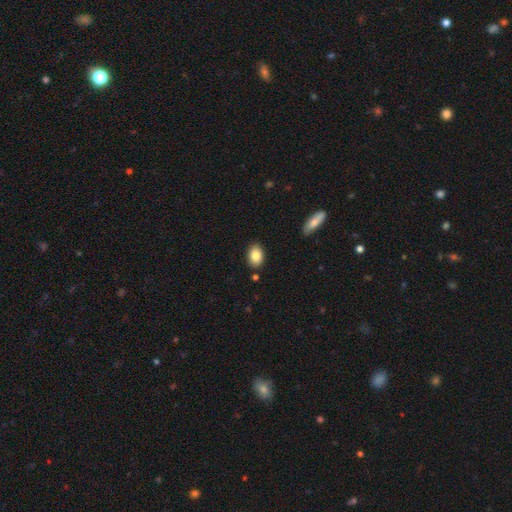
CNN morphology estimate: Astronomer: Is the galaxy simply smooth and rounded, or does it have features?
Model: smooth — 84%.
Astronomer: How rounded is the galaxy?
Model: in between — 84%.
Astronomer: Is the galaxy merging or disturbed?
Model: none — 86%.